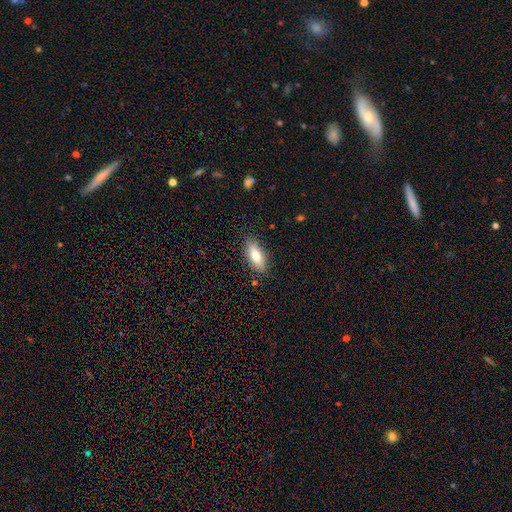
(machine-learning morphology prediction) Smooth or featured?
  - smooth: 74% *
  - featured or disk: 19%
  - star or artifact: 7%
How rounded?
  - in between: 76% *
  - cigar-shaped: 21%
  - round: 3%
Merging?
  - none: 86% *
  - minor disturbance: 10%
  - major disturbance: 2%
  - merger: 1%